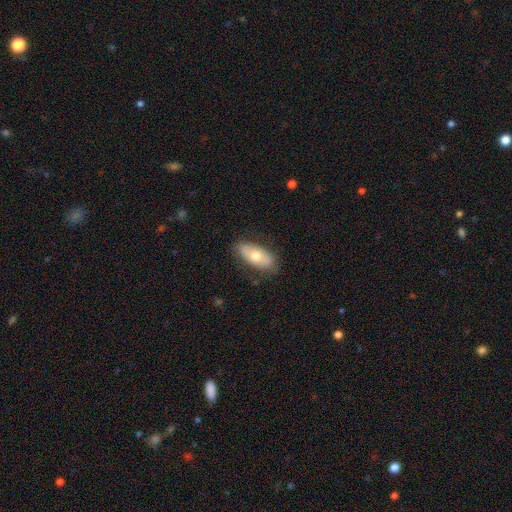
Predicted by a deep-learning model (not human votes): smooth 63%, featured or disk 31%, star or artifact 6%. Down the decision tree: how rounded — in between (87%); merging — none (80%).